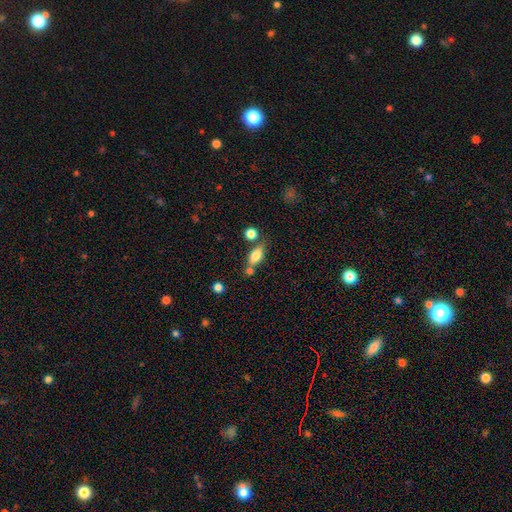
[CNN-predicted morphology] Q: Smooth or featured?
A: smooth (78%); runner-up: featured or disk (13%)
Q: How rounded?
A: in between (80%); runner-up: cigar-shaped (10%)
Q: Merging?
A: none (61%); runner-up: merger (19%)